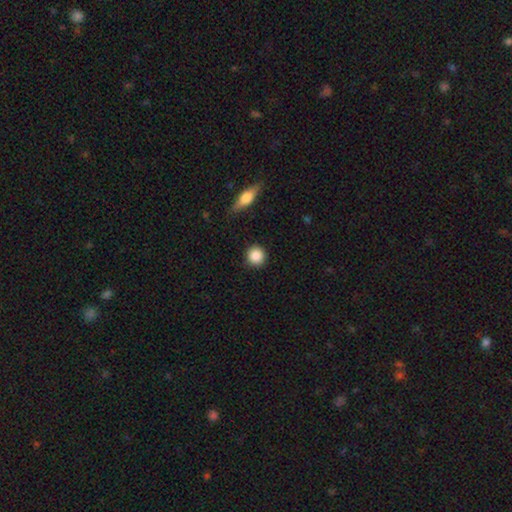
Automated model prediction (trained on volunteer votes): Smooth or featured? smooth (87%)
How rounded? round (94%)
Merging? none (89%)